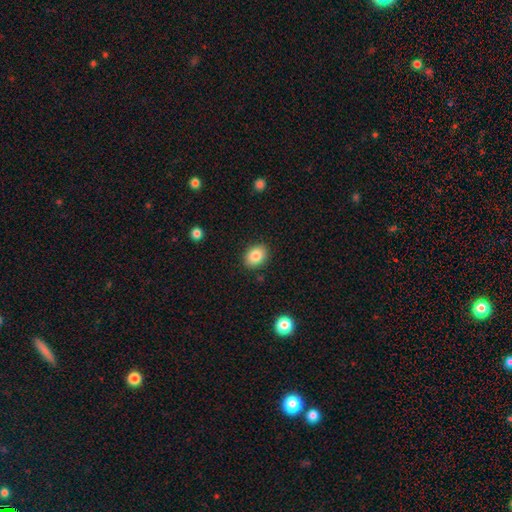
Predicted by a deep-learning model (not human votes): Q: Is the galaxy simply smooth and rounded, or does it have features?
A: smooth — 85%.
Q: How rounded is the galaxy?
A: in between — 68%.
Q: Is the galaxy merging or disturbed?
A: none — 88%.